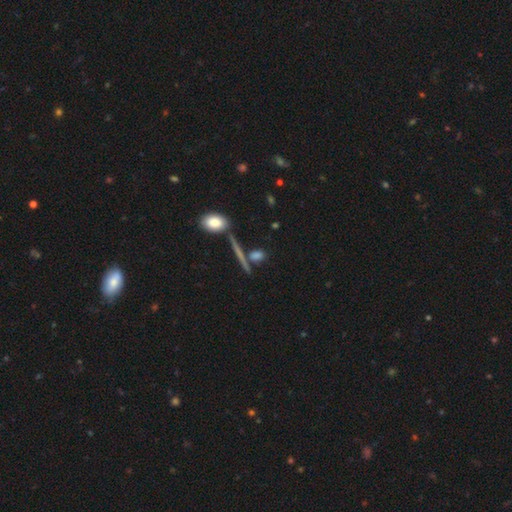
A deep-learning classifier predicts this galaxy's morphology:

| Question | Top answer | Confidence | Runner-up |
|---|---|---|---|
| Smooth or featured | smooth | 59% | featured or disk (25%) |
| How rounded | cigar-shaped | 43% | round (29%) |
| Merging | none | 70% | merger (15%) |